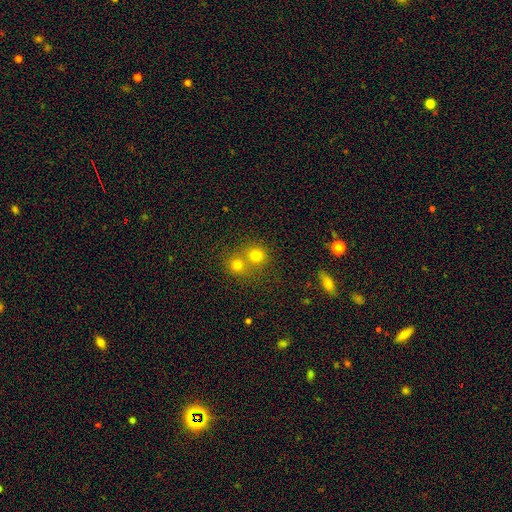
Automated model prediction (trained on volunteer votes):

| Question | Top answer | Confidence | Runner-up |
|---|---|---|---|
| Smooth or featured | smooth | 75% | star or artifact (16%) |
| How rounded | round | 86% | in between (13%) |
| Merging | none | 47% | merger (45%) |